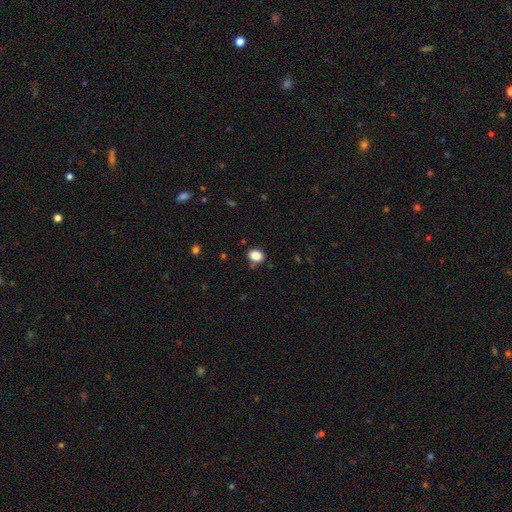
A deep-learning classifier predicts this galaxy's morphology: This appears to be a smooth galaxy with no disk features (86%) that is in between round and cigar-shaped (60%). Merging: none (81%).